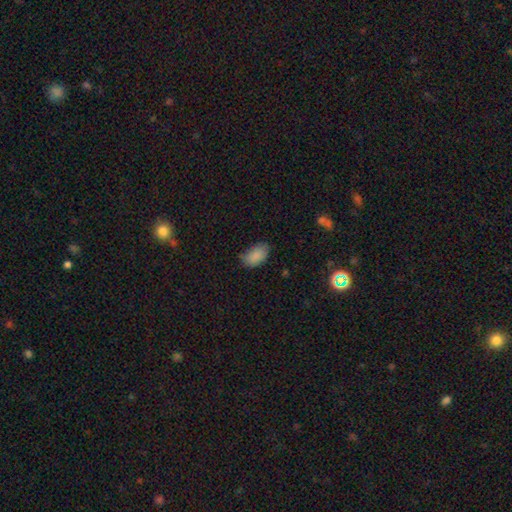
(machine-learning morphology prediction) The model was most divided on "merging": none: 63%, minor disturbance: 30%, major disturbance: 6%, merger: 2%. More confident: how rounded — in between (93%); smooth or featured — smooth (87%).